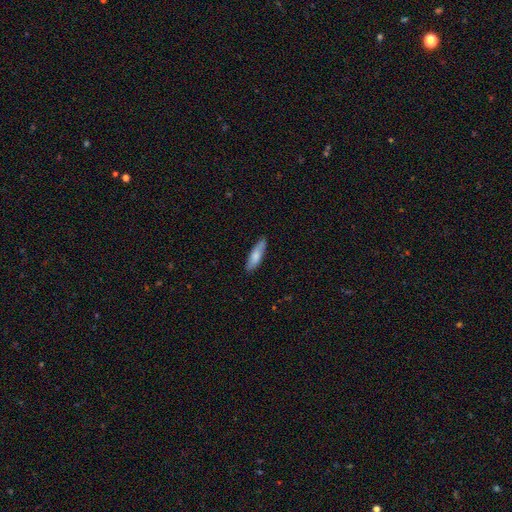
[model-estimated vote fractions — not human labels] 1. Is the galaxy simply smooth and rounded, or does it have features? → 75% smooth, 19% featured or disk, 6% star or artifact.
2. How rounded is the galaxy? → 61% cigar-shaped, 38% in between, 2% round.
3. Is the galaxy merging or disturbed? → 85% none, 12% minor disturbance, 2% major disturbance, 1% merger.